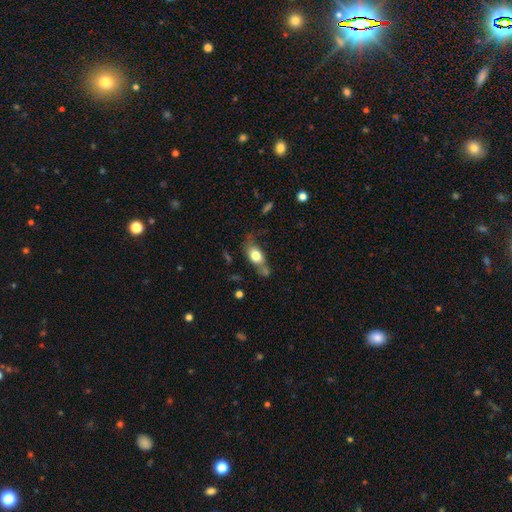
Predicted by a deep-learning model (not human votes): A smooth galaxy with no disk features (72%) that is in between round and cigar-shaped (76%).

Vote fractions:
- Smooth or featured? smooth: 72% / featured or disk: 20% / star or artifact: 8%
- How rounded? in between: 76% / round: 15% / cigar-shaped: 9%
- Merging? none: 48% / minor disturbance: 26% / merger: 14% / major disturbance: 11%